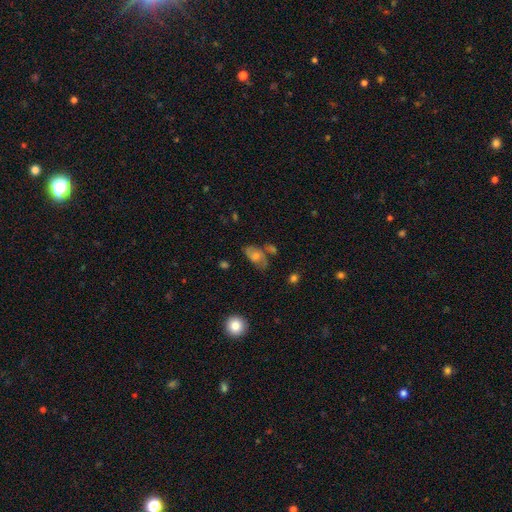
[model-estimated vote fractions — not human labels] smooth_or_featured: smooth (p=0.44) [tied with: featured or disk p=0.44]
merging: none (p=0.53) [alt: minor disturbance p=0.23]